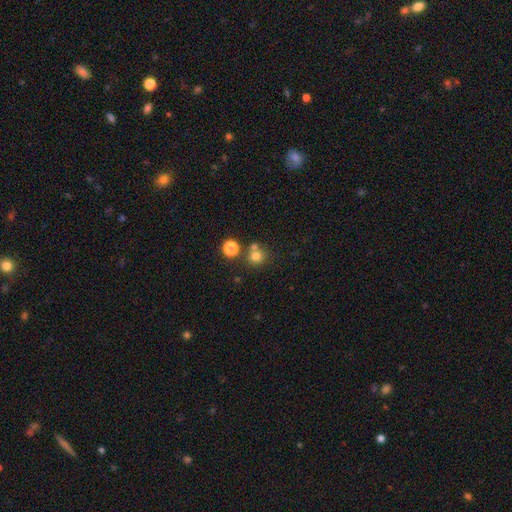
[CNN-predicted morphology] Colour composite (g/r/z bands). It shows a smooth galaxy with no disk features (75%) that is round (89%). Merging: none (64%).